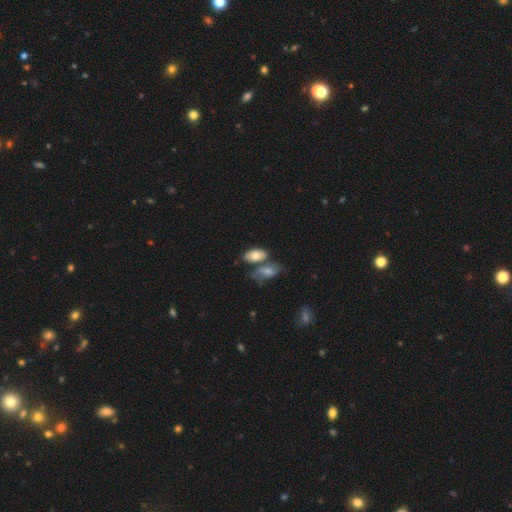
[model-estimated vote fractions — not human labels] A smooth galaxy with no disk features (77%) that is in between round and cigar-shaped (92%). Merging: none (48%).